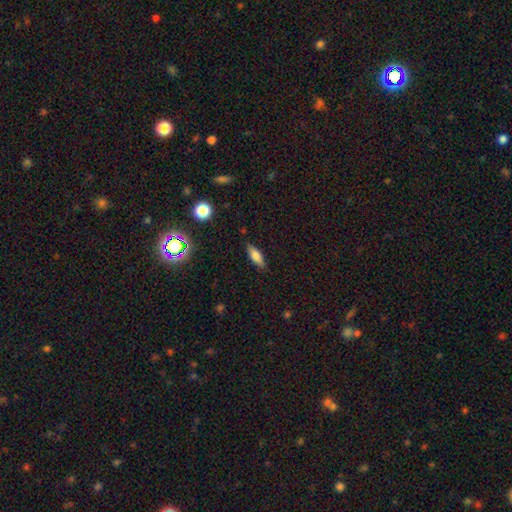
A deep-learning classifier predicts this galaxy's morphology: A smooth galaxy with no disk features (70%) that is in between round and cigar-shaped (57%). Merging: none (85%).